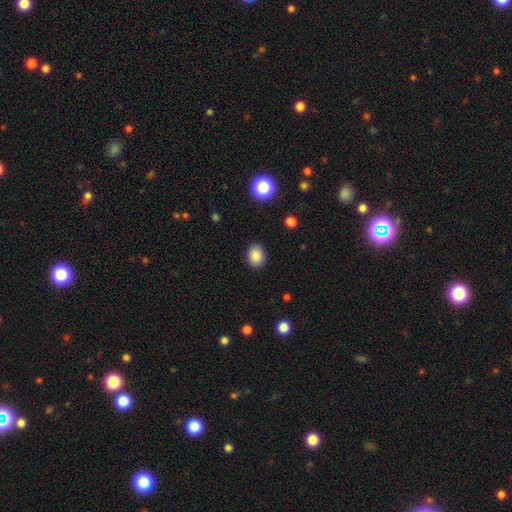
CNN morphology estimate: Smooth or featured? smooth (86%)
How rounded? in between (58%)
Merging? none (88%)